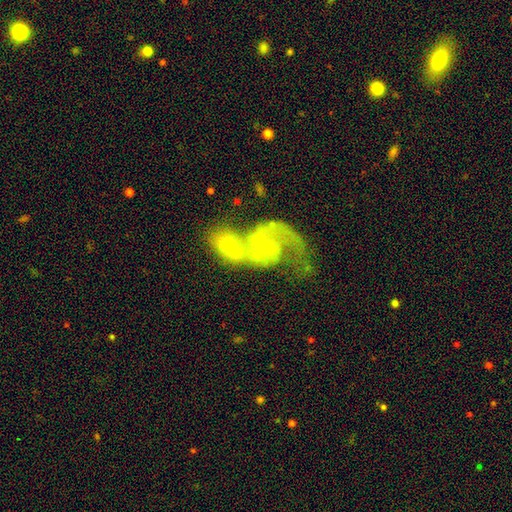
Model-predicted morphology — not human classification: smooth_or_featured: featured or disk (p=0.68) [alt: smooth p=0.23]
disk_edge_on: no (p=0.96) [alt: yes p=0.04]
bar: weak (p=0.42) [alt: strong p=0.29]
has_spiral_arms: yes (p=0.69) [alt: no p=0.31]
bulge_size: small (p=0.36) [alt: moderate p=0.31]
merging: merger (p=0.55) [alt: none p=0.19]